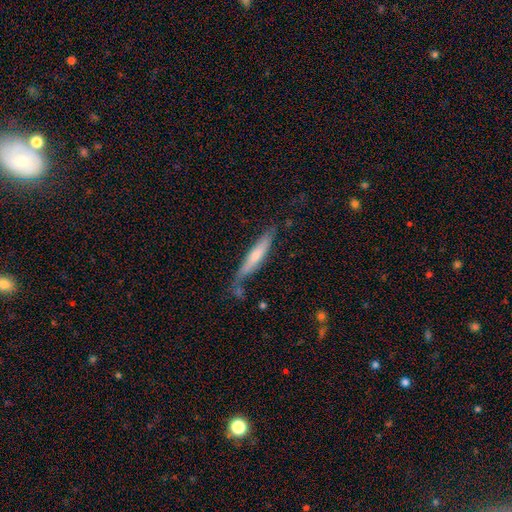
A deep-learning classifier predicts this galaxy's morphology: Smooth or featured? Predicted: smooth (p=0.55). How rounded? Predicted: cigar-shaped (p=0.89). Merging? Predicted: none (p=0.64).